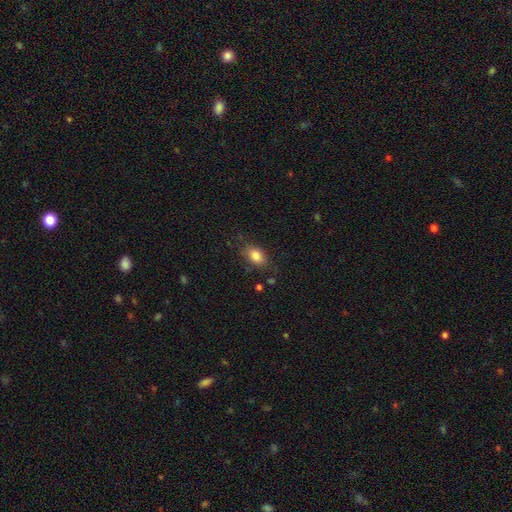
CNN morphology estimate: Smooth or featured? smooth (84%)
How rounded? in between (81%)
Merging? none (78%)